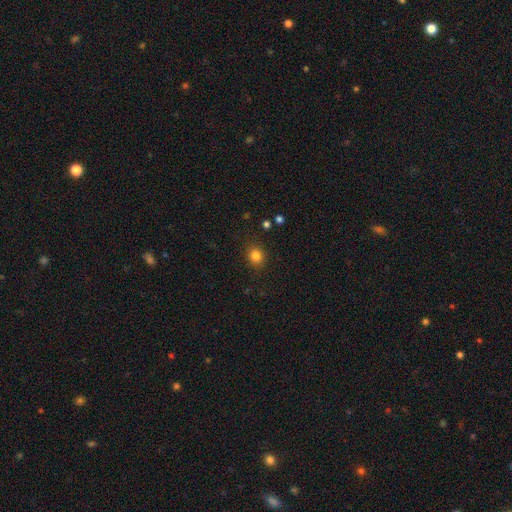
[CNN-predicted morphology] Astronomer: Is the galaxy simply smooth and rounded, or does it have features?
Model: smooth — 83%.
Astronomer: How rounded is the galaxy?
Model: round — 78%.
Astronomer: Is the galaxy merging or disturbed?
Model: none — 89%.